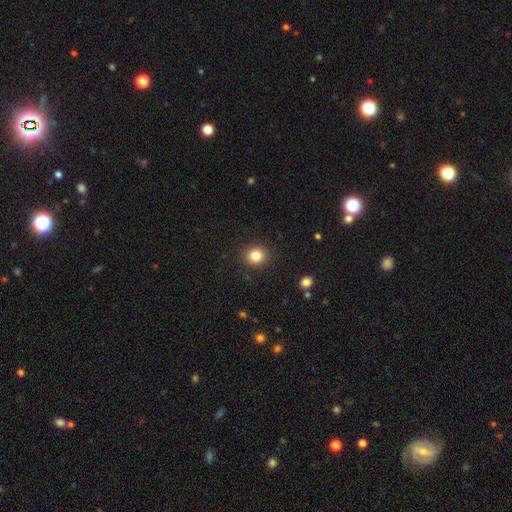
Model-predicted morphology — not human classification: Smooth or featured? Predicted: smooth (p=0.82). How rounded? Predicted: round (p=0.89). Merging? Predicted: none (p=0.91).